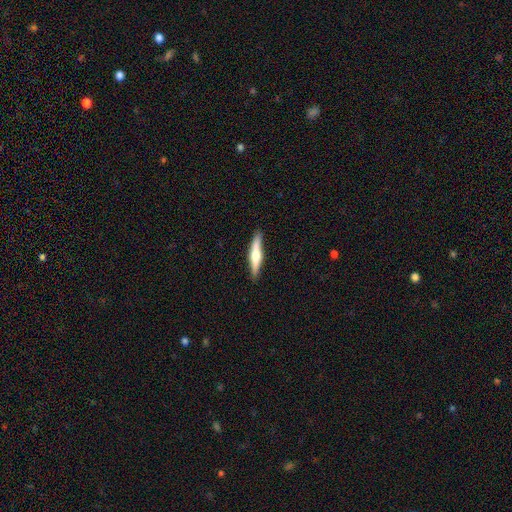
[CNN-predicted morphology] type=featured or disk (55%); edge-on=yes (96%); edge-on bulge=rounded (88%); merging=none (89%).